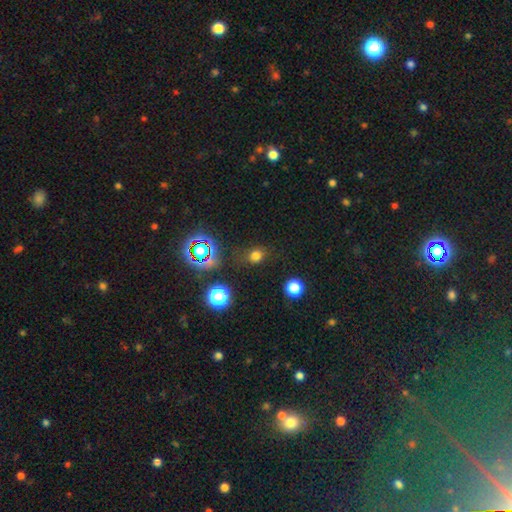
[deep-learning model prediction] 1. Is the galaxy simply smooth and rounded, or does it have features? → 71% smooth, 22% star or artifact, 6% featured or disk.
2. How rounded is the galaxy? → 62% round, 37% in between, 1% cigar-shaped.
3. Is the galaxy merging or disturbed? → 77% none, 14% minor disturbance, 6% major disturbance, 3% merger.